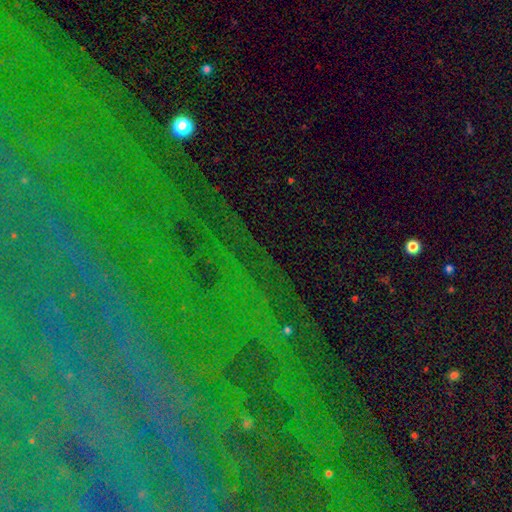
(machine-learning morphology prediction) Overall: star or artifact (79%).